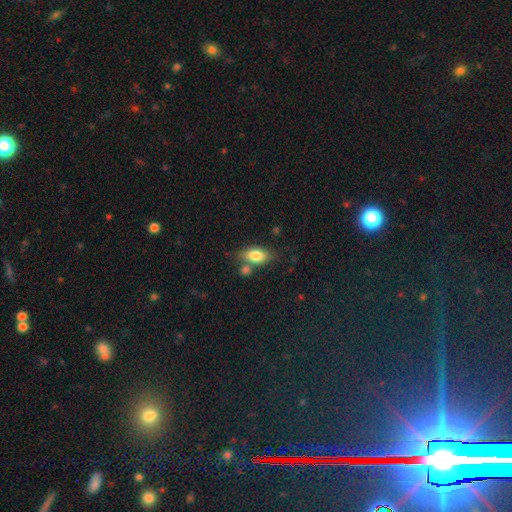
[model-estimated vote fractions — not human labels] smooth-or-featured: smooth: 78% | featured or disk: 14% | star or artifact: 8%
  how-rounded: in between: 84% | round: 10% | cigar-shaped: 6%
  merging: none: 61% | merger: 18% | minor disturbance: 16% | major disturbance: 5%